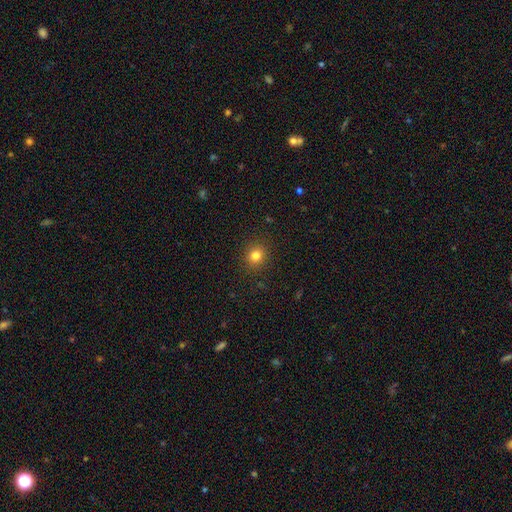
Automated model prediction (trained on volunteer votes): smooth 81%, star or artifact 13%, featured or disk 6%. Down the decision tree: how rounded — round (84%); merging — none (90%).